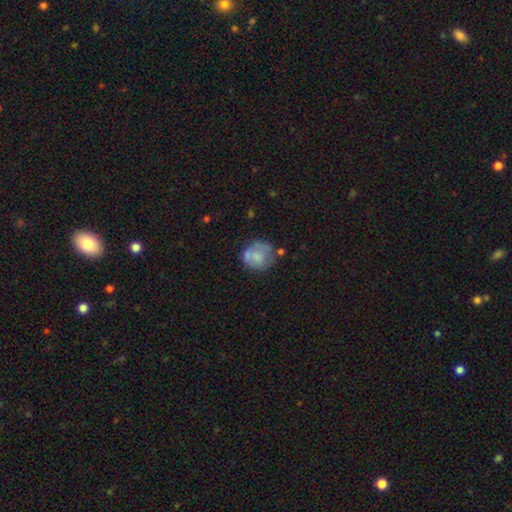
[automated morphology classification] Smooth or featured: smooth — 62% (featured or disk — 30%)
How rounded: round — 78% (in between — 21%)
Merging: none — 51% (minor disturbance — 24%)